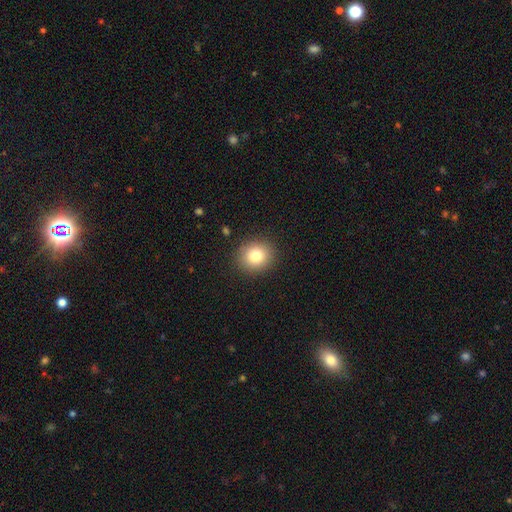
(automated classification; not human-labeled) A smooth galaxy with no disk features (81%) that is round (77%). Merging: none (89%).